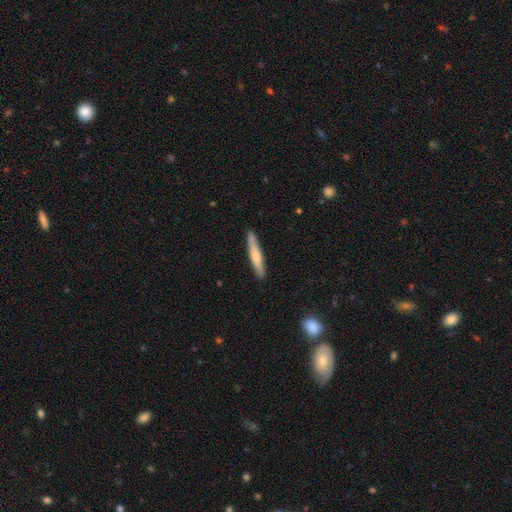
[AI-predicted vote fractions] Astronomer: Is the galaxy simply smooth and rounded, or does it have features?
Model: smooth — 62%.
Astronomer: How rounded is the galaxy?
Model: cigar-shaped — 93%.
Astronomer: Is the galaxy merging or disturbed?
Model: none — 89%.